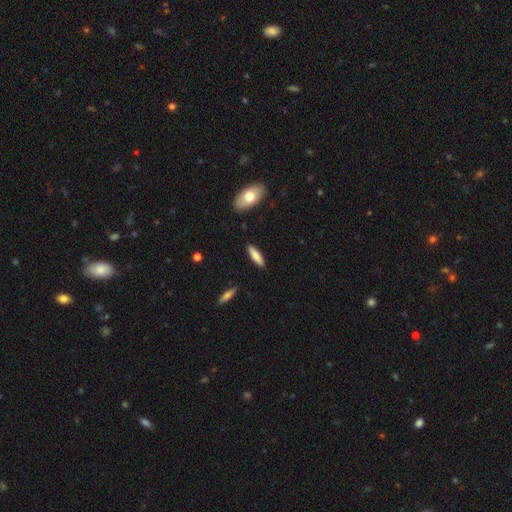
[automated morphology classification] Overall: smooth (77%). How rounded: cigar-shaped (69%; in between 30%). Merging: none (89%).